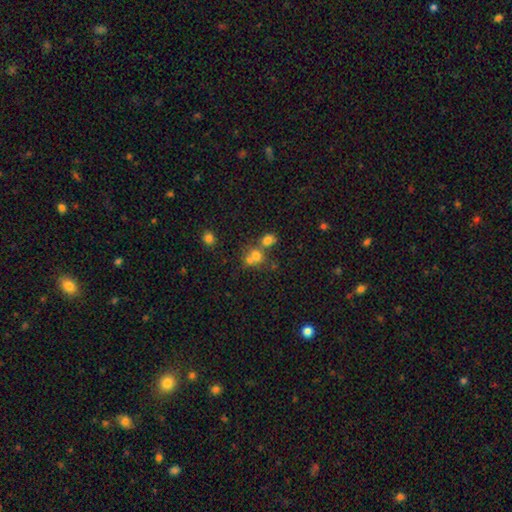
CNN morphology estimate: smooth_or_featured: smooth (p=0.56) [alt: star or artifact p=0.29]
how_rounded: round (p=0.81) [alt: in between p=0.18]
merging: none (p=0.45) [tied with: merger p=0.45]